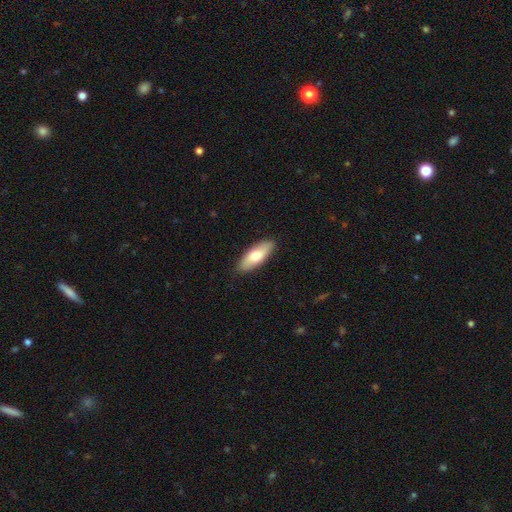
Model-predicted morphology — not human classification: Overall: smooth (71%). How rounded: in between (69%). Merging: none (88%).